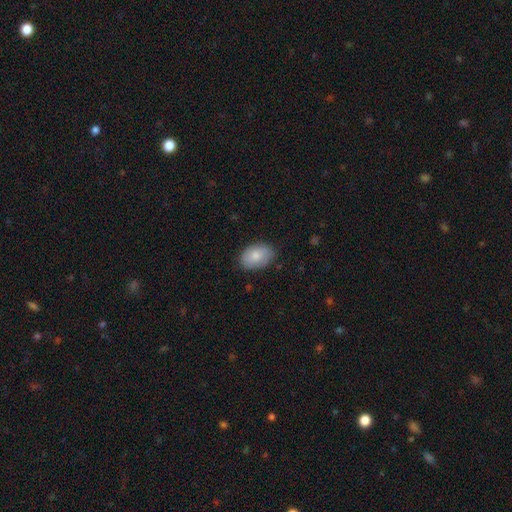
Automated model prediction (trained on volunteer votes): Overall: smooth (81%). How rounded: in between (87%). Merging: none (80%).